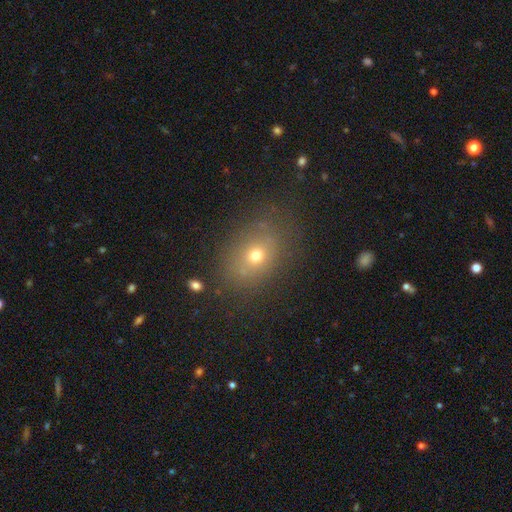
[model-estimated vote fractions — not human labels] This appears to be a smooth galaxy with no disk features (66%) that is in between round and cigar-shaped (62%). Merging: none (76%).